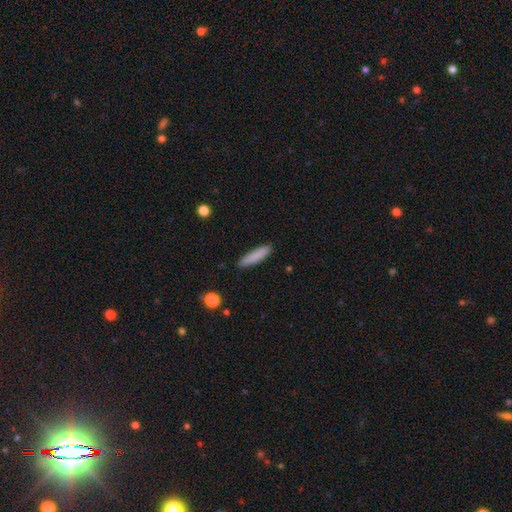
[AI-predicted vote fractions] smooth-or-featured: smooth: 85% | featured or disk: 8% | star or artifact: 6%
  how-rounded: cigar-shaped: 79% | in between: 20% | round: 1%
  merging: none: 87% | minor disturbance: 10% | major disturbance: 2% | merger: 1%